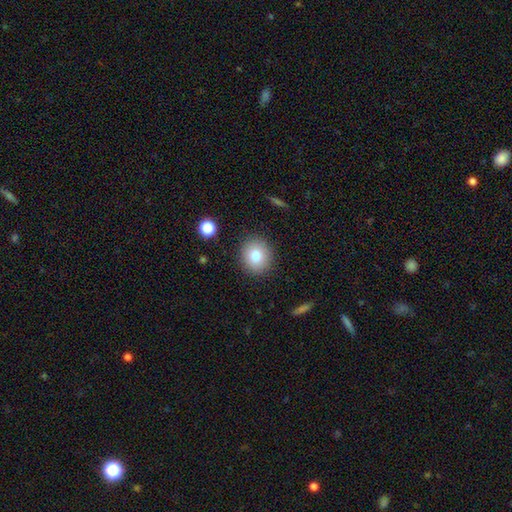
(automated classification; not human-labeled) Smooth or featured: smooth — 81% (star or artifact — 10%)
How rounded: round — 82% (in between — 17%)
Merging: none — 89% (minor disturbance — 7%)